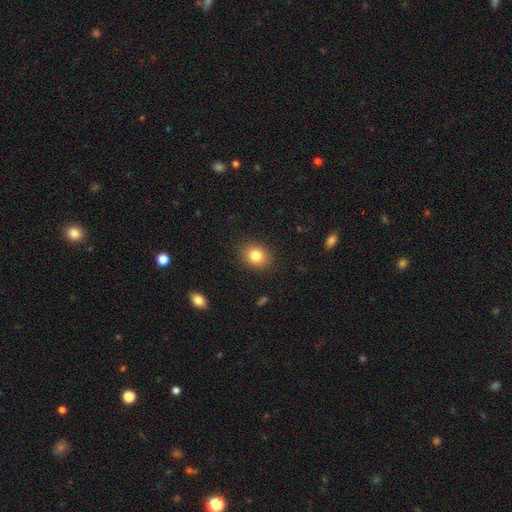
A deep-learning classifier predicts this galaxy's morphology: Smooth or featured?
  - smooth: 84% *
  - star or artifact: 10%
  - featured or disk: 7%
How rounded?
  - round: 60% *
  - in between: 40%
  - cigar-shaped: 1%
Merging?
  - none: 88% *
  - minor disturbance: 8%
  - major disturbance: 3%
  - merger: 1%